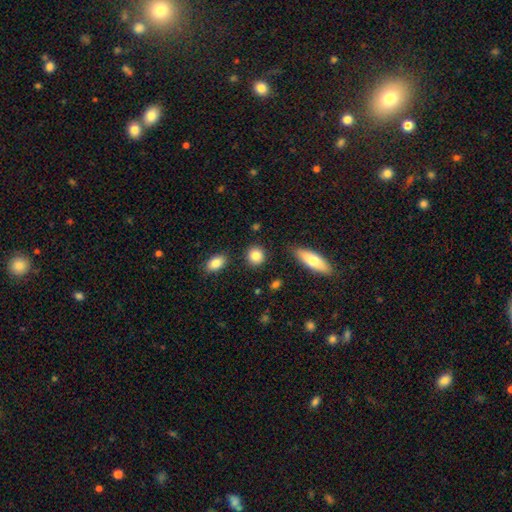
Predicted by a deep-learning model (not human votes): This appears to be a smooth galaxy with no disk features (85%) that is round (81%). Merging: none (87%).